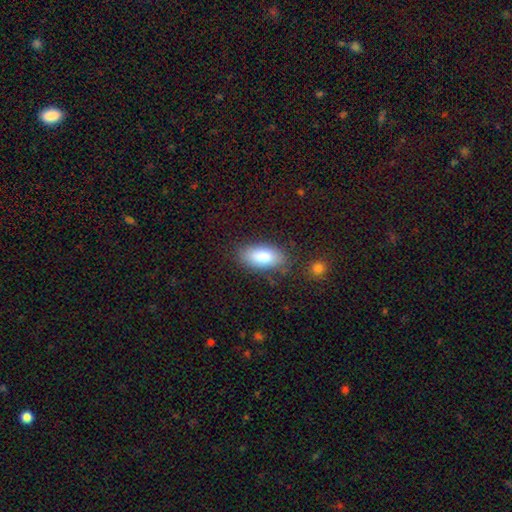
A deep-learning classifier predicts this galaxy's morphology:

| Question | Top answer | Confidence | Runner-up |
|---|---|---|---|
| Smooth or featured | smooth | 84% | featured or disk (8%) |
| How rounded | in between | 89% | cigar-shaped (8%) |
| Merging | none | 81% | minor disturbance (13%) |